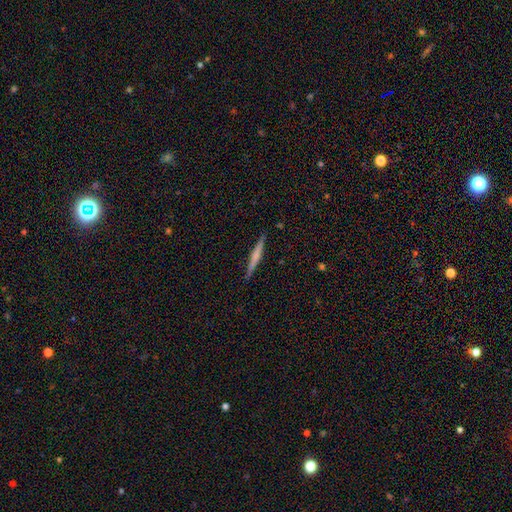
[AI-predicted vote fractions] smooth-or-featured: featured or disk: 49% | smooth: 45% | star or artifact: 6%
  merging: none: 90% | minor disturbance: 8% | major disturbance: 1% | merger: 1%